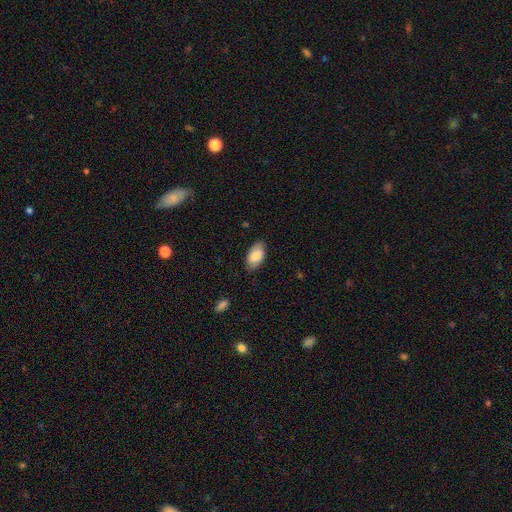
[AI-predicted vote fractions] smooth 84%, featured or disk 9%, star or artifact 6%. Down the decision tree: how rounded — in between (94%); merging — none (81%).